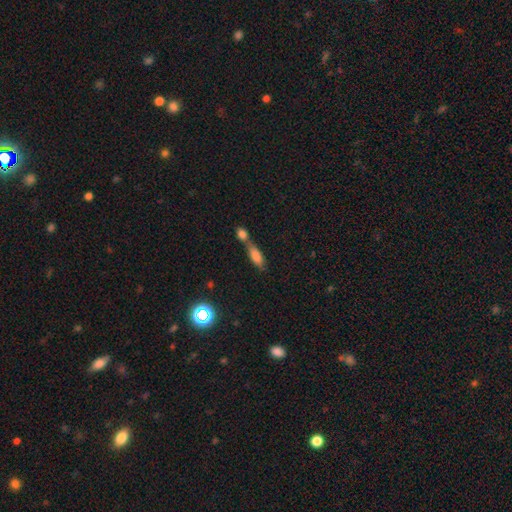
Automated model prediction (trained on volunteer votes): Smooth or featured: smooth — 73% (featured or disk — 15%)
How rounded: in between — 62% (cigar-shaped — 33%)
Merging: merger — 62% (none — 24%)